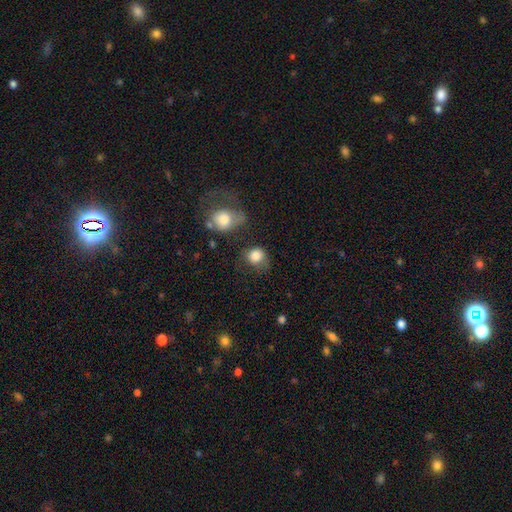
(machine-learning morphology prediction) The model was most divided on "merging": none: 42%, minor disturbance: 30%, major disturbance: 18%, merger: 10%. More confident: smooth or featured — smooth (82%); how rounded — round (69%).